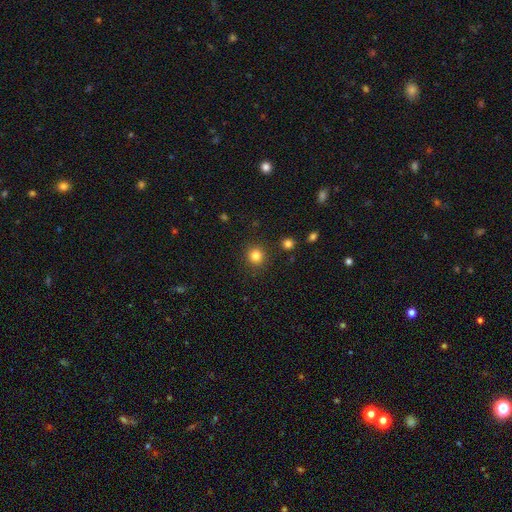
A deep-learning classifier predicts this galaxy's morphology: This appears to be a smooth galaxy with no disk features (83%) that is round (93%). Merging: none (90%).